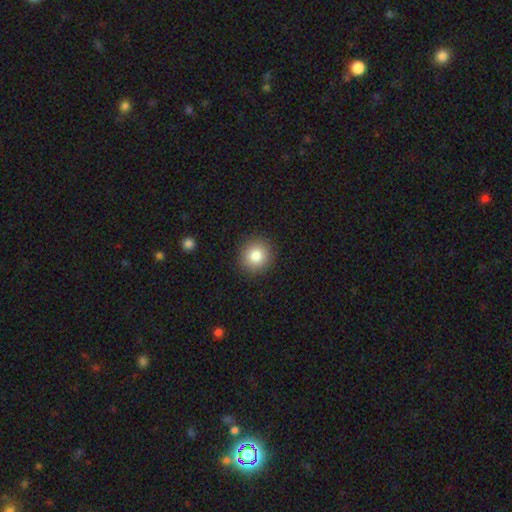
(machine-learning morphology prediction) smooth-or-featured: smooth: 83% | star or artifact: 10% | featured or disk: 7%
  how-rounded: round: 91% | in between: 8% | cigar-shaped: 1%
  merging: none: 91% | minor disturbance: 6% | major disturbance: 2% | merger: 1%